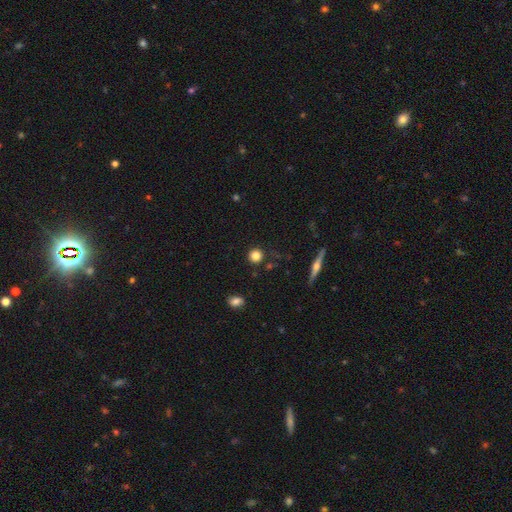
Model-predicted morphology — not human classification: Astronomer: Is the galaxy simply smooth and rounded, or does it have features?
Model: smooth — 81%.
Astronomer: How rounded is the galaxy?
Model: round — 93%.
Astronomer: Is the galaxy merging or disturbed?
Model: none — 87%.